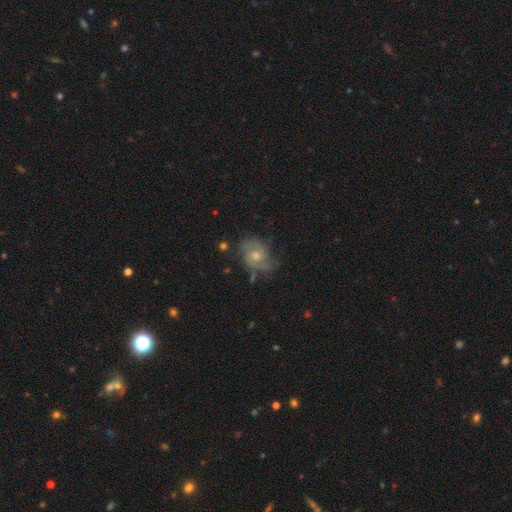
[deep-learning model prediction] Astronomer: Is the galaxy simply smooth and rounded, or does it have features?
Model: featured or disk — 70%.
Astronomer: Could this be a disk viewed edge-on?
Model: no — 97%.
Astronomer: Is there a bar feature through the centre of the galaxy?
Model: no — 69%.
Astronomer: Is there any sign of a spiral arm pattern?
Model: yes — 89%.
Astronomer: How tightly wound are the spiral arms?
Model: medium — 46% (runner-up: tight, 33%).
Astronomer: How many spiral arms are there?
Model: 2 — 47% (runner-up: can't tell, 25%).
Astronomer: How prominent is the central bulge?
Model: moderate — 56% (runner-up: small, 37%).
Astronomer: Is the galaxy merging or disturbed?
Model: none — 66%.